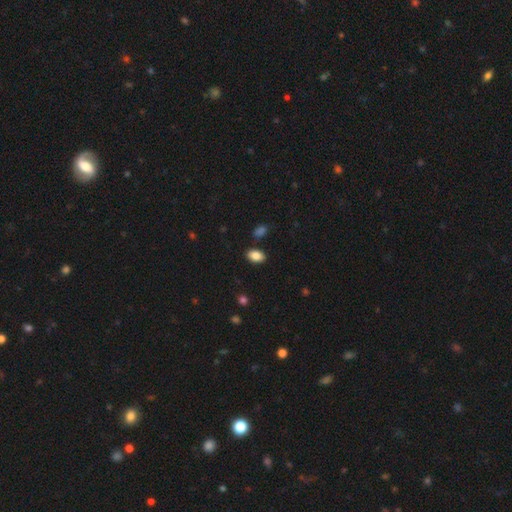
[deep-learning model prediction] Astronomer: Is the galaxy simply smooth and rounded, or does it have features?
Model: smooth — 87%.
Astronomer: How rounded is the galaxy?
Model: in between — 89%.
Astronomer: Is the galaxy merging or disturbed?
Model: none — 86%.